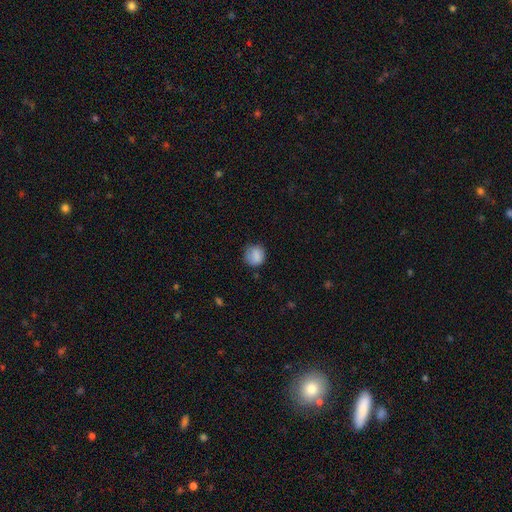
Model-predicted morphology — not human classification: smooth 84%, star or artifact 9%, featured or disk 7%. Down the decision tree: how rounded — round (84%); merging — none (72%).